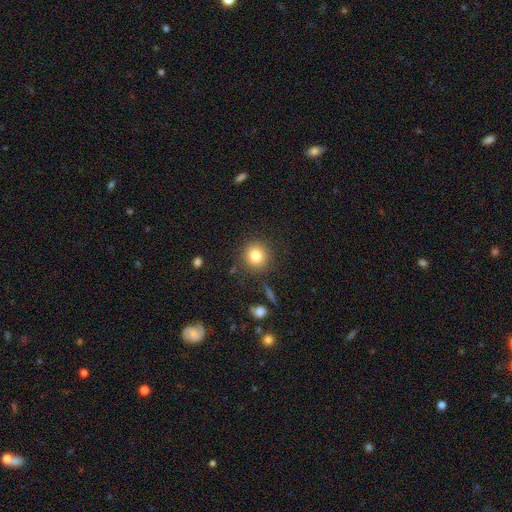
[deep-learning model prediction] Overall: smooth (81%). How rounded: round (91%). Merging: none (88%).